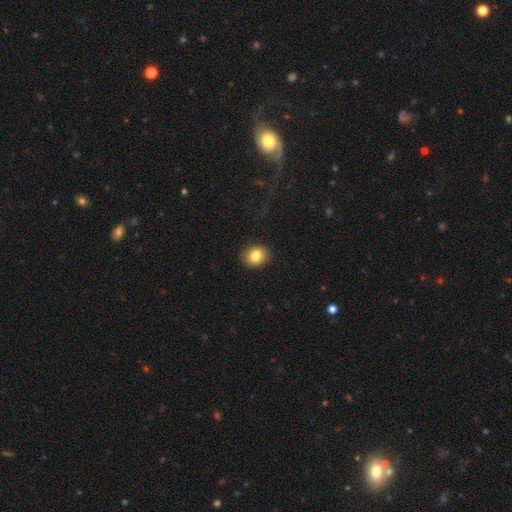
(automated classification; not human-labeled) Q: Smooth or featured?
A: smooth (82%); runner-up: star or artifact (9%)
Q: How rounded?
A: round (53%); runner-up: in between (47%)
Q: Merging?
A: none (88%); runner-up: minor disturbance (9%)